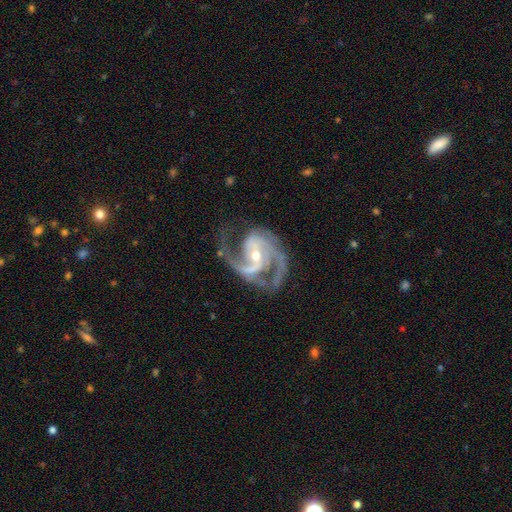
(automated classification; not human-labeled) This is clearly a featured or disk galaxy (93%). It is clearly not viewed edge-on (98%). Bar: marginally weak (39%). Spiral arm pattern: clearly yes (98%). Spiral arm count: possibly 2 (59%). Spiral winding: possibly medium (60%). Central bulge: possibly small (54%). Merging: likely none (64%).